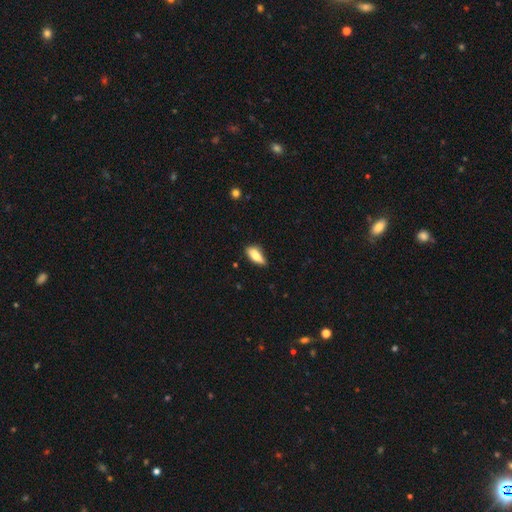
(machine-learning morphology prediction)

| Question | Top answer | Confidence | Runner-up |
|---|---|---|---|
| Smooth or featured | smooth | 76% | featured or disk (17%) |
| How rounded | in between | 77% | cigar-shaped (20%) |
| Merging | none | 69% | minor disturbance (24%) |